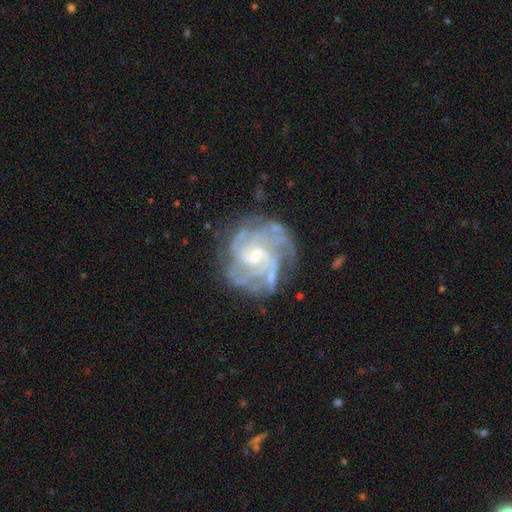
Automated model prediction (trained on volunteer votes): This is clearly a featured or disk galaxy (89%). It is clearly not viewed edge-on (98%). Bar: possibly no (50%). Spiral arm pattern: clearly yes (96%). Spiral arm count: marginally can't tell (26%). Spiral winding: likely tight (61%). Central bulge: possibly small (58%). Merging: likely none (69%).